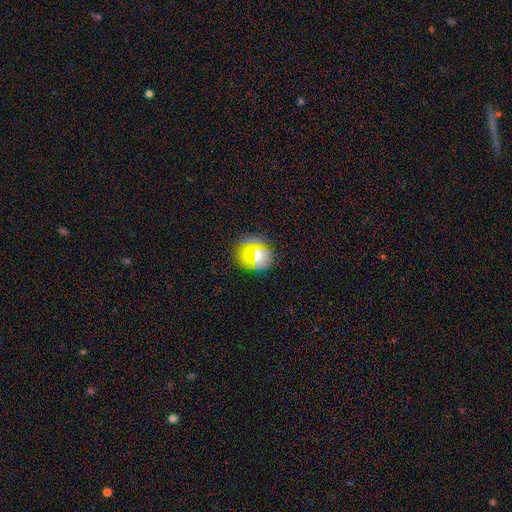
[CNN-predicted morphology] smooth_or_featured: smooth (p=0.63) [alt: star or artifact p=0.21]
how_rounded: round (p=0.76) [alt: in between p=0.22]
merging: none (p=0.81) [alt: minor disturbance p=0.12]